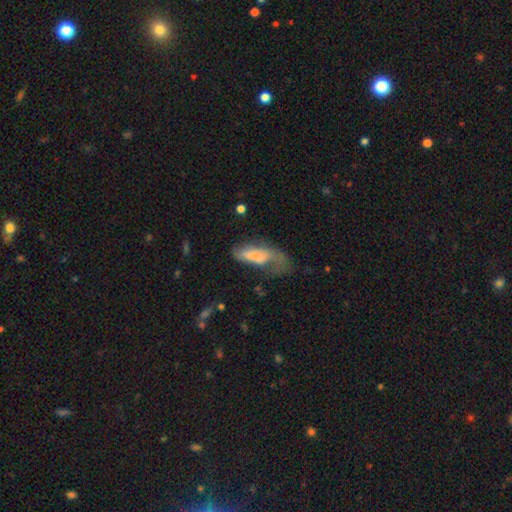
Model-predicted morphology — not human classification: smooth_or_featured: smooth (p=0.60) [alt: featured or disk p=0.33]
how_rounded: in between (p=0.71) [alt: cigar-shaped p=0.26]
merging: major disturbance (p=0.51) [alt: minor disturbance p=0.22]